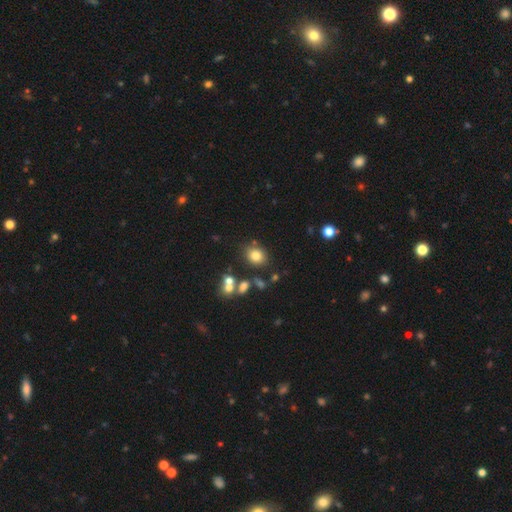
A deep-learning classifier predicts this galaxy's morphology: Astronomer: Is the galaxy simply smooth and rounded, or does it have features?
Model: smooth — 78%.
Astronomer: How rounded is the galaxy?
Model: round — 59% (runner-up: in between, 40%).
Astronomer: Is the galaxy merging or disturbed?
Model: none — 76%.